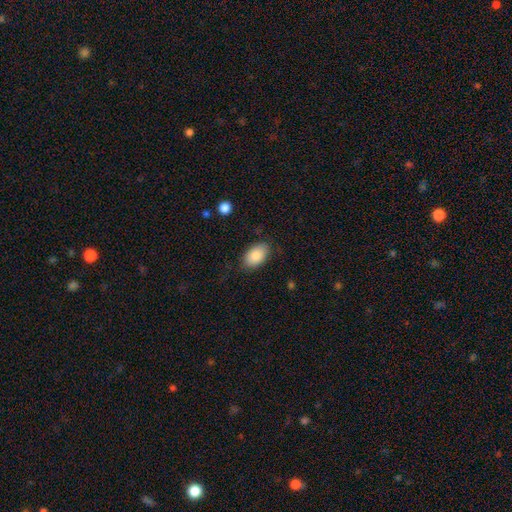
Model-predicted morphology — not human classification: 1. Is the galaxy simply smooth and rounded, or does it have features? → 87% smooth, 7% star or artifact, 7% featured or disk.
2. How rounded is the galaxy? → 92% in between, 7% round, 1% cigar-shaped.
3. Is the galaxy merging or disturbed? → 81% none, 14% minor disturbance, 4% major disturbance, 1% merger.